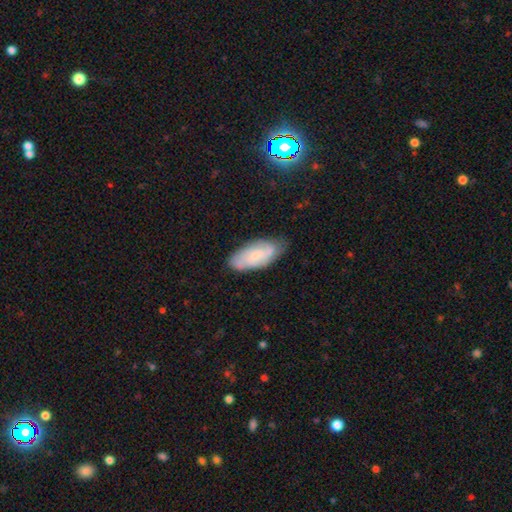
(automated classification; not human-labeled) A smooth galaxy with no disk features (58%) that is in between round and cigar-shaped (86%).

Vote fractions:
- Smooth or featured? smooth: 58% / featured or disk: 34% / star or artifact: 8%
- How rounded? in between: 86% / cigar-shaped: 12% / round: 2%
- Merging? none: 71% / minor disturbance: 23% / major disturbance: 5% / merger: 2%